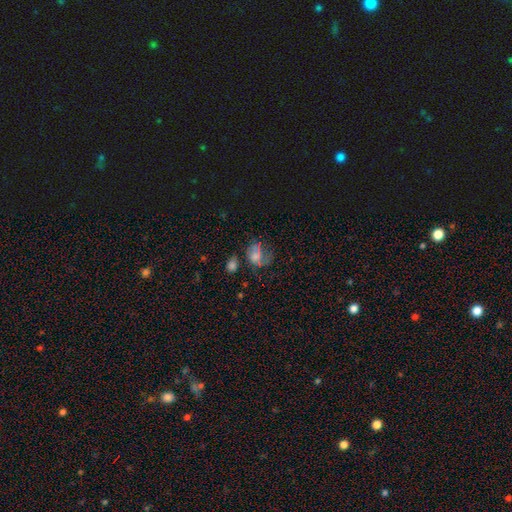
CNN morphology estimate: The model was most divided on "how rounded": in between: 52%, round: 47%, cigar-shaped: 1%. Remaining: smooth or featured — smooth (53%); merging — major disturbance (37%).